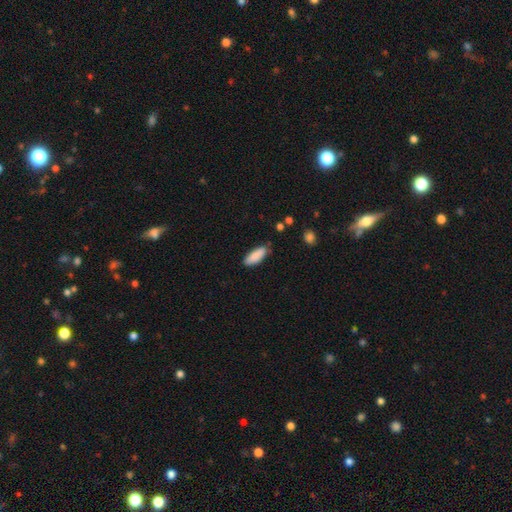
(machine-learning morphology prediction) Smooth or featured? Predicted: smooth (p=0.89). How rounded? Predicted: in between (p=0.74). Merging? Predicted: none (p=0.79).